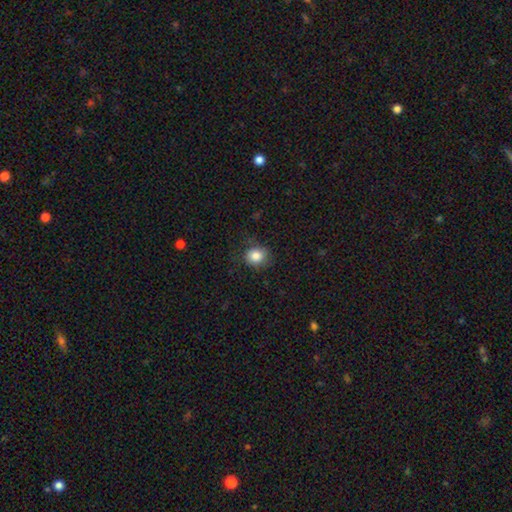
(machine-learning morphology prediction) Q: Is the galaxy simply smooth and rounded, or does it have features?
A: smooth — 84%.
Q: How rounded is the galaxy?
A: round — 75%.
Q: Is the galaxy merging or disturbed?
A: none — 79%.